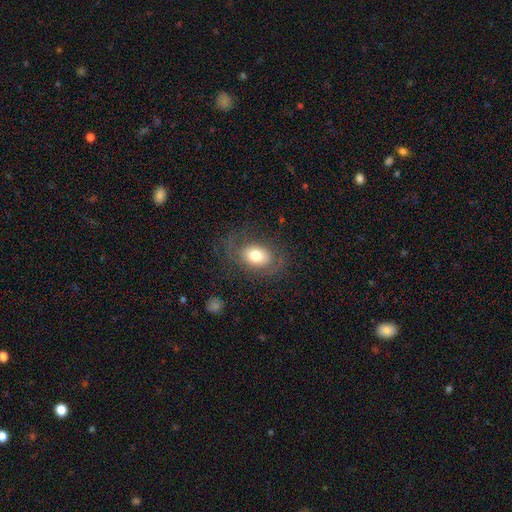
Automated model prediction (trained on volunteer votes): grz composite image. It shows a smooth galaxy with no disk features (64%) that is in between round and cigar-shaped (79%). Merging: none (66%).